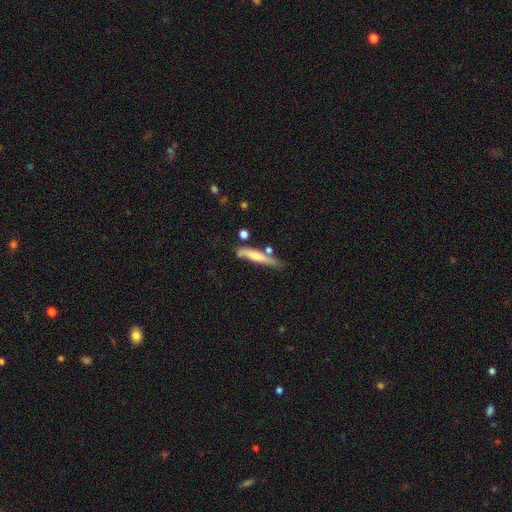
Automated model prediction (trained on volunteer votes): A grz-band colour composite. It shows a smooth galaxy with no disk features (56%) that is cigar-shaped (88%). Merging: none (59%).